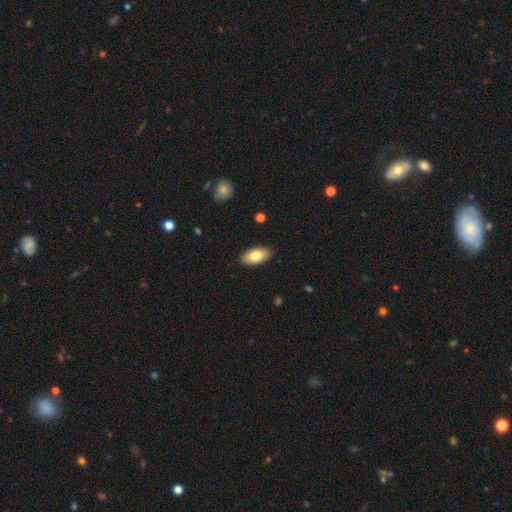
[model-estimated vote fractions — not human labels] Smooth or featured: smooth — 79% (featured or disk — 14%)
How rounded: in between — 94% (cigar-shaped — 3%)
Merging: none — 88% (minor disturbance — 9%)